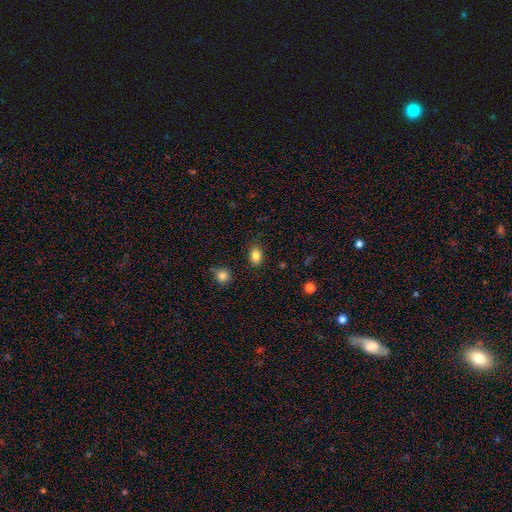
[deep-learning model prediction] This appears to be a smooth galaxy with no disk features (84%) that is in between round and cigar-shaped (76%). Merging: none (85%).